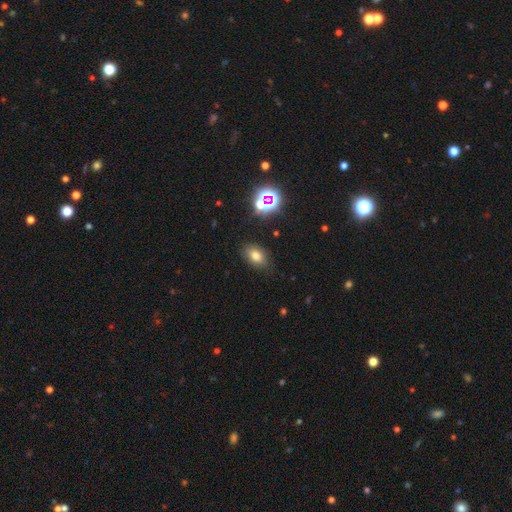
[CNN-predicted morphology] Smooth or featured?
  - smooth: 71% *
  - star or artifact: 18%
  - featured or disk: 11%
How rounded?
  - in between: 84% *
  - round: 15%
  - cigar-shaped: 1%
Merging?
  - none: 82% *
  - minor disturbance: 13%
  - major disturbance: 4%
  - merger: 2%